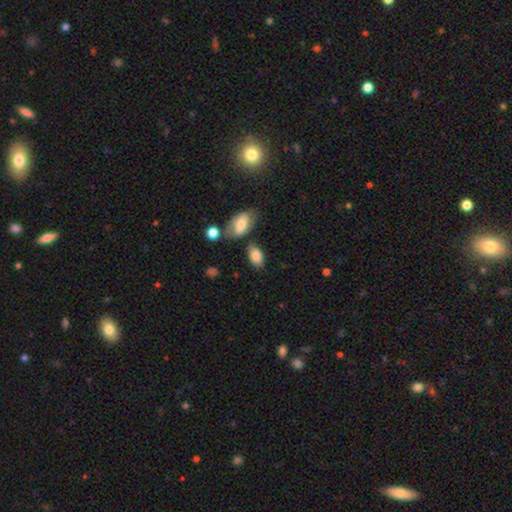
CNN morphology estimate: type=smooth (85%); roundness=in between (91%); merging=none (67%).